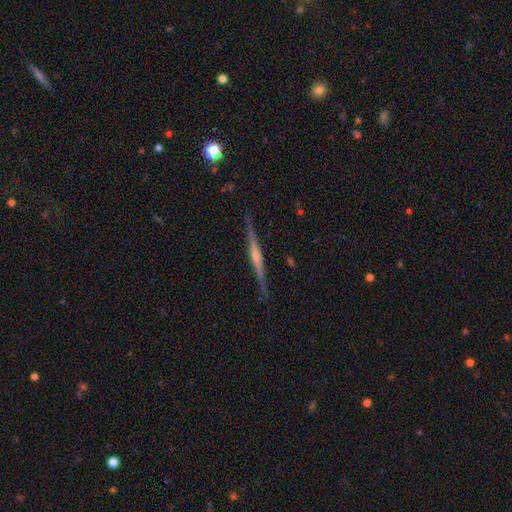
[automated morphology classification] A featured or disk galaxy (80%) viewed edge-on (98%) with a rounded central bulge (64%). Merging: none (89%).